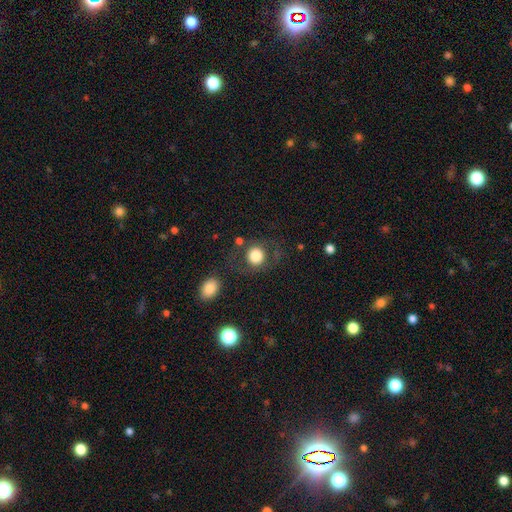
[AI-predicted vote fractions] Q: Smooth or featured?
A: smooth (74%); runner-up: featured or disk (17%)
Q: How rounded?
A: round (86%); runner-up: in between (13%)
Q: Merging?
A: none (74%); runner-up: minor disturbance (12%)